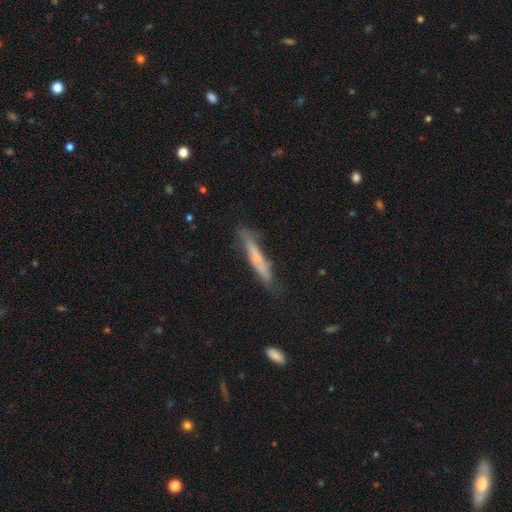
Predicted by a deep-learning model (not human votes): smooth-or-featured: smooth: 56% | featured or disk: 37% | star or artifact: 7%
  how-rounded: cigar-shaped: 93% | in between: 5% | round: 1%
  merging: none: 74% | minor disturbance: 19% | major disturbance: 4% | merger: 2%